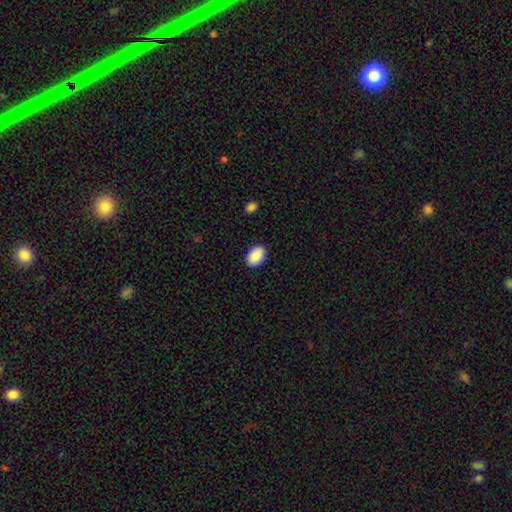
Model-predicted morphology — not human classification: smooth-or-featured: smooth: 91% | star or artifact: 6% | featured or disk: 3%
  how-rounded: in between: 88% | round: 11% | cigar-shaped: 1%
  merging: none: 89% | minor disturbance: 8% | major disturbance: 2% | merger: 1%